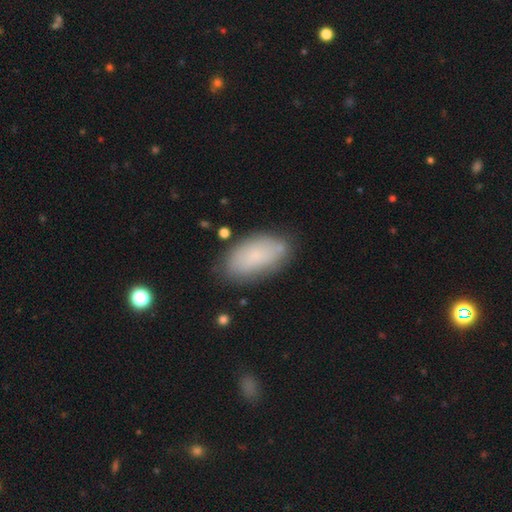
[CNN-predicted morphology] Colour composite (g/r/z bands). It shows a smooth galaxy with no disk features (77%) that is in between round and cigar-shaped (94%). Merging: none (75%).